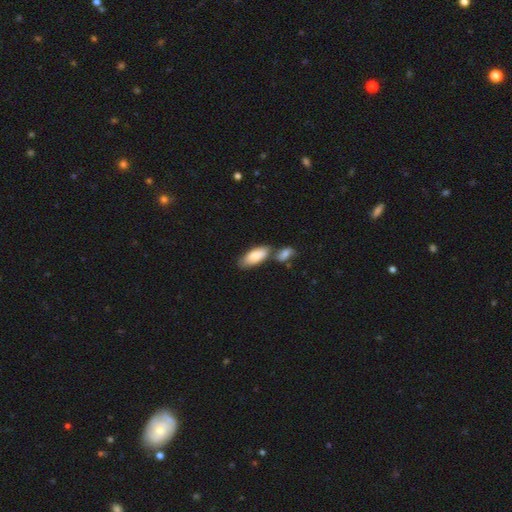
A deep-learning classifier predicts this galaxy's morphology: type=smooth (83%); roundness=in between (85%); merging=none (52%).